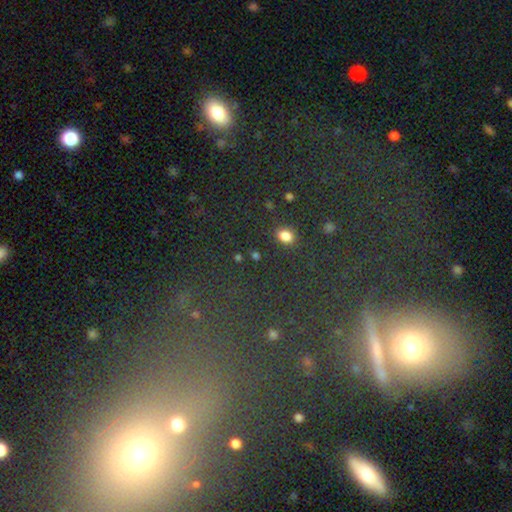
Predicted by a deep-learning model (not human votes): Morphology: type=star or artifact (50%).